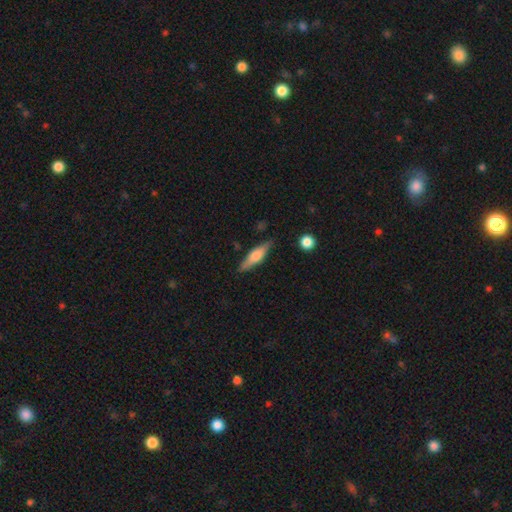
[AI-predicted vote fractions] featured or disk 49%, smooth 45%, star or artifact 6%. Down the decision tree: merging — none (84%).